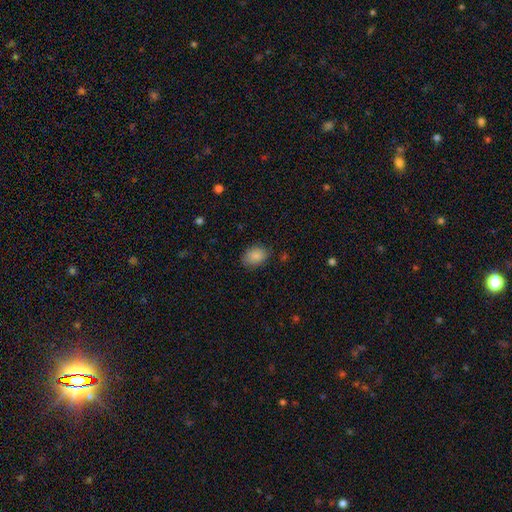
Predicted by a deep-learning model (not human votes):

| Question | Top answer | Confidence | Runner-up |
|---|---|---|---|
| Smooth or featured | smooth | 87% | star or artifact (8%) |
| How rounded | in between | 74% | round (25%) |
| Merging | none | 80% | minor disturbance (15%) |